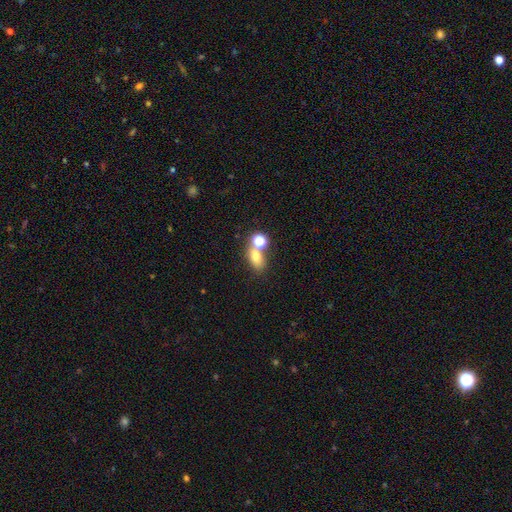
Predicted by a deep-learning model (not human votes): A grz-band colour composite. It shows a smooth galaxy with no disk features (71%) that is in between round and cigar-shaped (68%). Merging: none (50%).